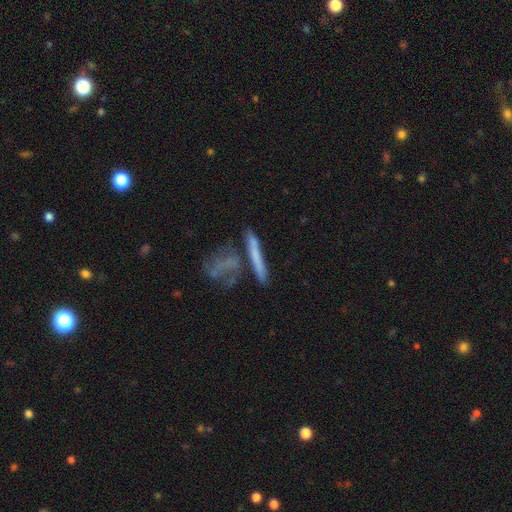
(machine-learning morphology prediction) This is possibly a smooth galaxy (49%). Merging: possibly none (53%).